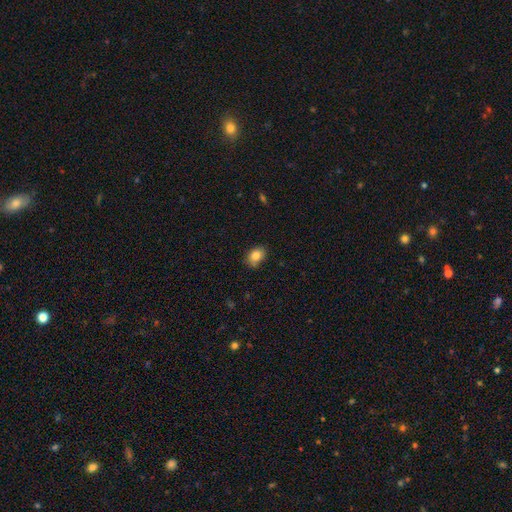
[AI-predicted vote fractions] smooth 83%, star or artifact 9%, featured or disk 8%. Down the decision tree: how rounded — in between (72%); merging — none (78%).